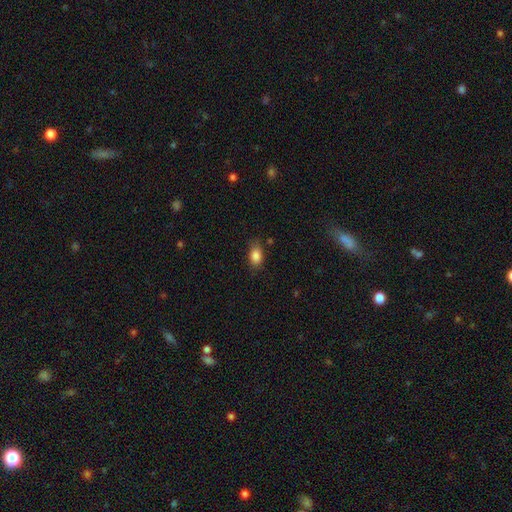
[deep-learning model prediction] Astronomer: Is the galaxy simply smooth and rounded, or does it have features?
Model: smooth — 86%.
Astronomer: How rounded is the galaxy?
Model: in between — 86%.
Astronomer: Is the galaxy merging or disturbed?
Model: none — 77%.